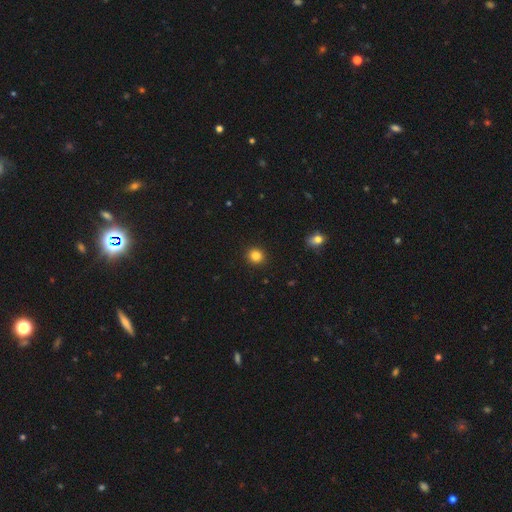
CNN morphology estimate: The model was most divided on "smooth or featured": smooth: 84%, star or artifact: 12%, featured or disk: 4%. More confident: merging — none (92%); how rounded — round (87%).